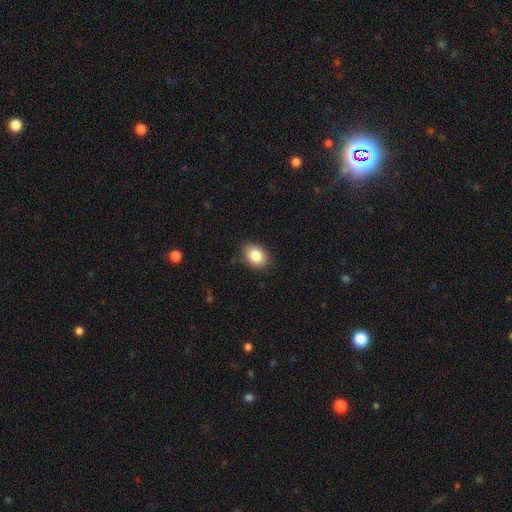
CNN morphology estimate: A smooth galaxy with no disk features (85%) that is in between round and cigar-shaped (68%).

Vote fractions:
- Smooth or featured? smooth: 85% / star or artifact: 8% / featured or disk: 7%
- How rounded? in between: 68% / round: 31% / cigar-shaped: 1%
- Merging? none: 83% / minor disturbance: 13% / major disturbance: 3% / merger: 1%